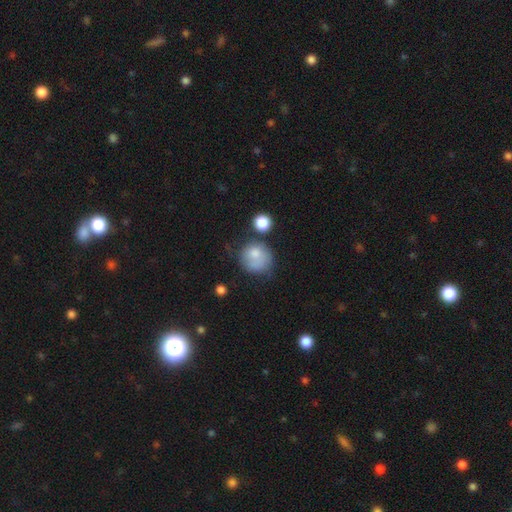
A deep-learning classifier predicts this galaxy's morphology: The model was most divided on "merging": none: 47%, minor disturbance: 26%, major disturbance: 14%, merger: 13%. More confident: how rounded — round (84%); smooth or featured — smooth (77%).